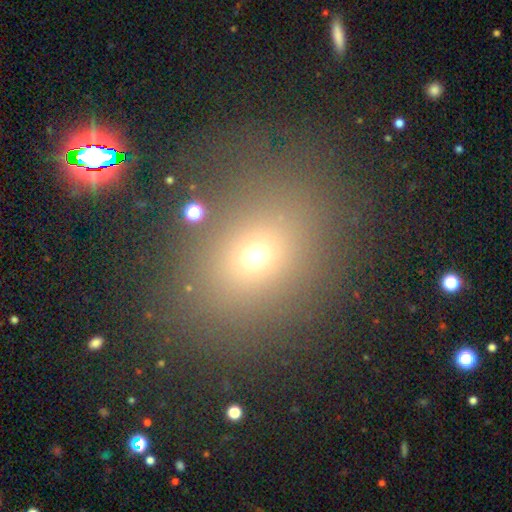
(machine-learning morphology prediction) This is likely a smooth galaxy (64%). How rounded: possibly round (56%). Merging: likely none (80%).